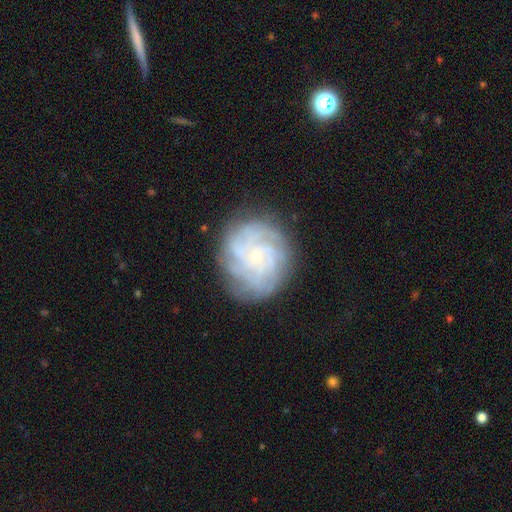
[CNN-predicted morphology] Overall: featured or disk (78%). Edge-on disk: no (97%). Bar: no (78%). Spiral arms: yes (95%). Spiral arm count: can't tell (32%; 4 23%). Spiral winding: tight (72%). Bulge size: small (81%). Merging: none (81%).